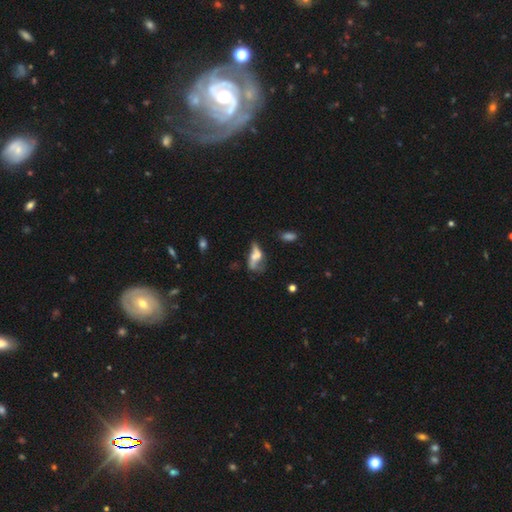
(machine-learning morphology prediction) Overall: featured or disk (48%; smooth 40%). Merging: merger (31%; major disturbance 27%).